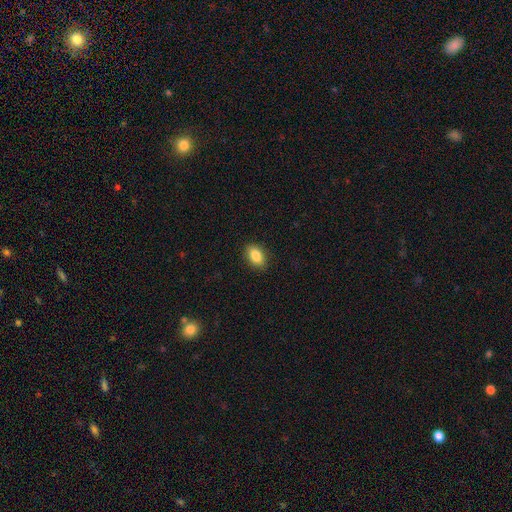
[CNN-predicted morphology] Smooth or featured?
  - smooth: 86% *
  - star or artifact: 8%
  - featured or disk: 6%
How rounded?
  - in between: 88% *
  - round: 10%
  - cigar-shaped: 2%
Merging?
  - none: 88% *
  - minor disturbance: 9%
  - major disturbance: 2%
  - merger: 1%